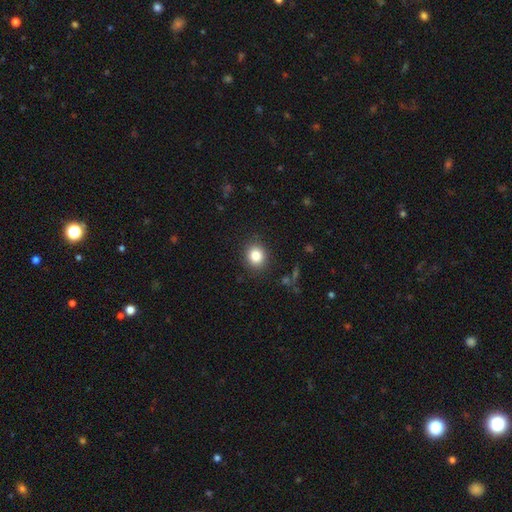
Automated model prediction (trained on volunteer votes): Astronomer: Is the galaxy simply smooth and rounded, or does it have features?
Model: smooth — 83%.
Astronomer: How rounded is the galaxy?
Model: round — 77%.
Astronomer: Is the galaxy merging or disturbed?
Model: none — 88%.